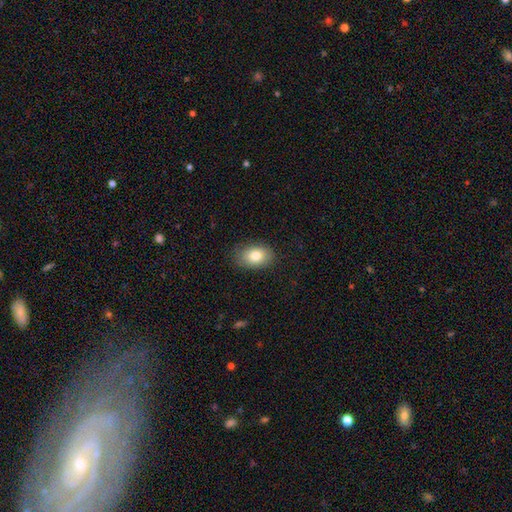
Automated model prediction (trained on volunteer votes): smooth 80%, featured or disk 12%, star or artifact 8%. Down the decision tree: how rounded — in between (83%); merging — none (83%).